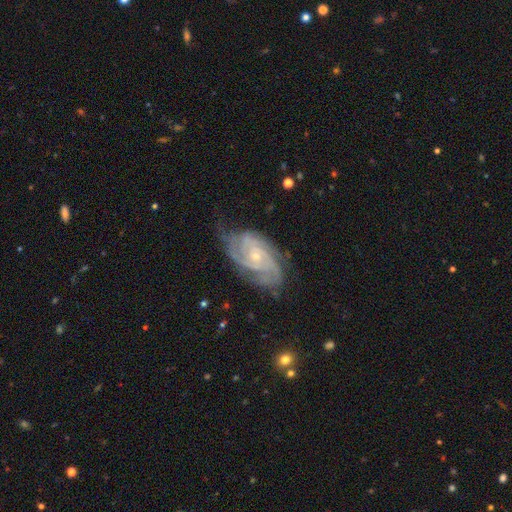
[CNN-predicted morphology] Smooth or featured: featured or disk — 88% (smooth — 7%)
Edge-on disk: no — 96% (yes — 4%)
Bar: no — 66% (weak — 28%)
Spiral arms: yes — 97% (no — 3%)
Spiral winding: tight — 61% (medium — 33%)
Spiral arm count: 3 — 30% (can't tell — 21%)
Bulge size: small — 75% (moderate — 22%)
Merging: none — 65% (minor disturbance — 24%)